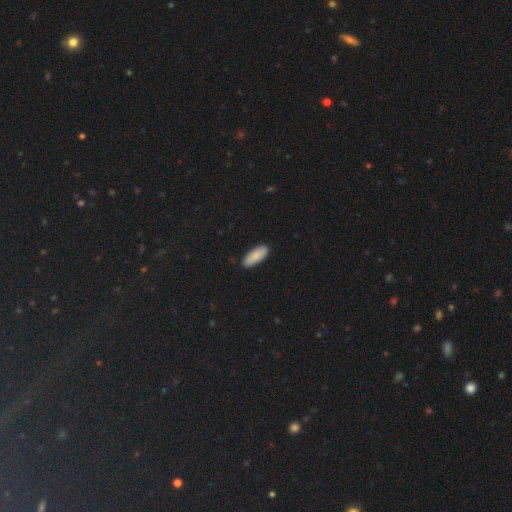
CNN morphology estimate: Overall: smooth (82%). How rounded: in between (77%). Merging: none (89%).